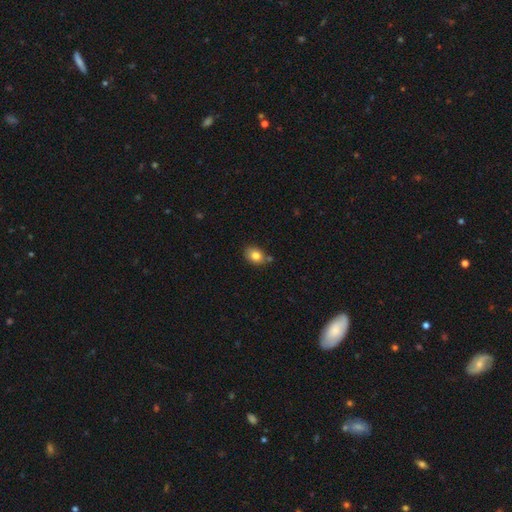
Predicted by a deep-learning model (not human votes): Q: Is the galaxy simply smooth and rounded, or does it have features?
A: smooth — 80%.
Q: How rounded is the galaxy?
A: in between — 56%.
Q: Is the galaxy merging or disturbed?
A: none — 70%.